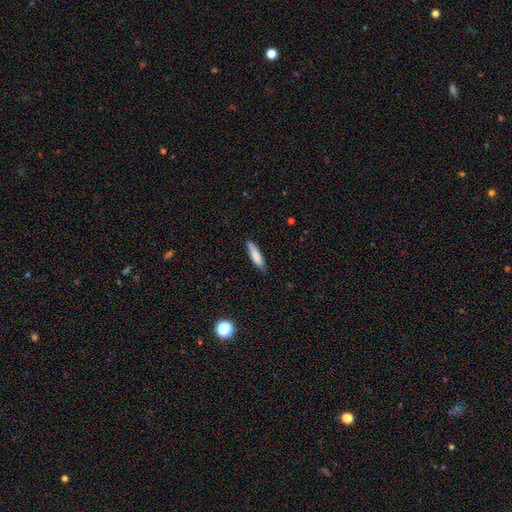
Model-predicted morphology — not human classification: smooth-or-featured: smooth: 78% | featured or disk: 16% | star or artifact: 7%
  how-rounded: cigar-shaped: 76% | in between: 22% | round: 2%
  merging: none: 82% | minor disturbance: 15% | major disturbance: 2% | merger: 1%